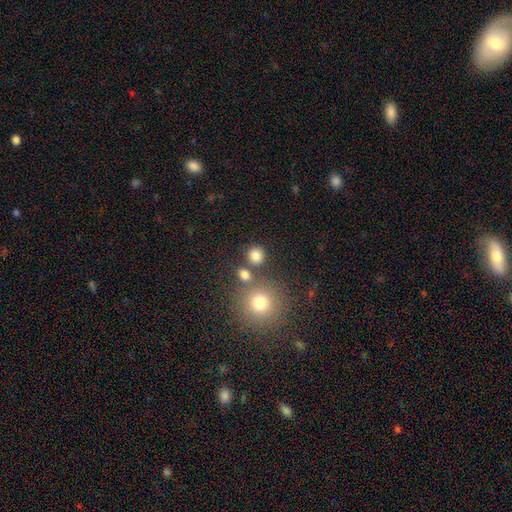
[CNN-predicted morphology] Overall: smooth (80%). How rounded: round (89%). Merging: none (76%).